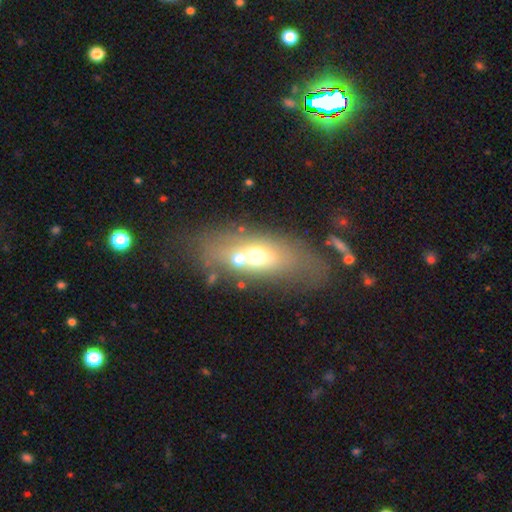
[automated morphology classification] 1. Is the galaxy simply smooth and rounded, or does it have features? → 53% smooth, 34% featured or disk, 13% star or artifact.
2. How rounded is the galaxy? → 73% in between, 15% cigar-shaped, 12% round.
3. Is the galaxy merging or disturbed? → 44% none, 27% merger, 15% minor disturbance, 14% major disturbance.